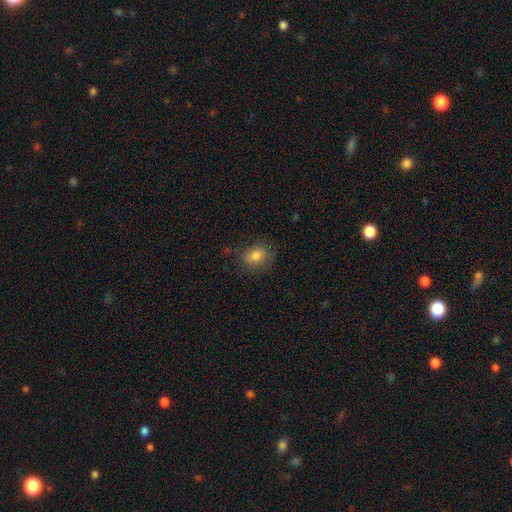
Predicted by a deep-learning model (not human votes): Smooth or featured: smooth — 79% (star or artifact — 11%)
How rounded: in between — 52% (round — 47%)
Merging: none — 78% (minor disturbance — 16%)